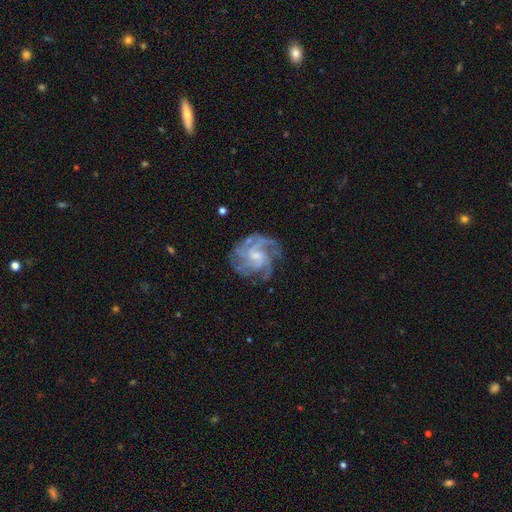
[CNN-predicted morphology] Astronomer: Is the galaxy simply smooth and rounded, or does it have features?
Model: featured or disk — 87%.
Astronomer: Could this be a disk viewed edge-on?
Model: no — 98%.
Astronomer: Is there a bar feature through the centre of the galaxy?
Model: no — 51% (runner-up: weak, 42%).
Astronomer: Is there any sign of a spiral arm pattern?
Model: yes — 96%.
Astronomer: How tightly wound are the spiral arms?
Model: medium — 44% (runner-up: tight, 42%).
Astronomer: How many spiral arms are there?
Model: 4 — 34% (runner-up: 3, 22%).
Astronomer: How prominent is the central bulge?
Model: moderate — 39%, tied with small at 39%.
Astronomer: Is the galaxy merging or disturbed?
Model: none — 68%.